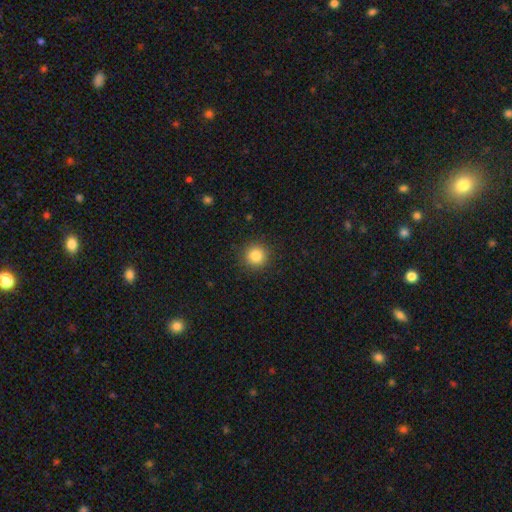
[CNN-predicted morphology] smooth-or-featured: smooth: 85% | star or artifact: 11% | featured or disk: 4%
  how-rounded: round: 94% | in between: 5% | cigar-shaped: 1%
  merging: none: 91% | minor disturbance: 6% | major disturbance: 2% | merger: 1%